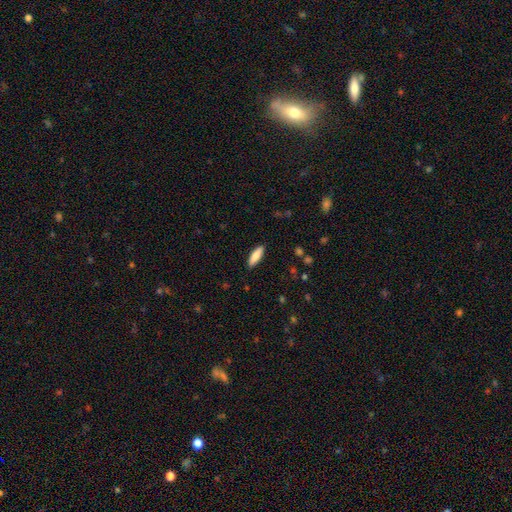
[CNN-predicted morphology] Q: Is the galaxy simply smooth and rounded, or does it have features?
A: smooth — 80%.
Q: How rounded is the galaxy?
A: cigar-shaped — 50%.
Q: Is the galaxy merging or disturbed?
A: none — 89%.